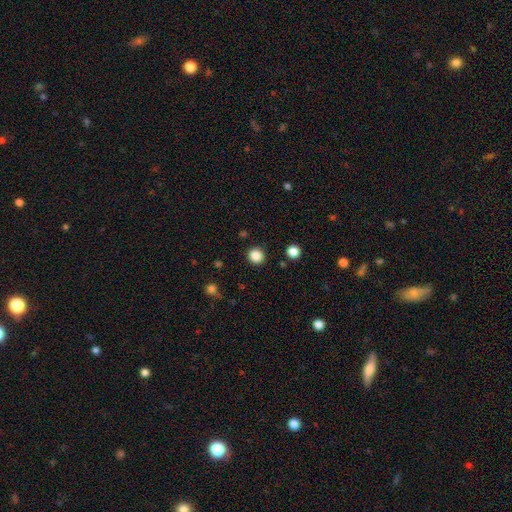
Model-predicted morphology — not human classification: smooth 86%, star or artifact 11%, featured or disk 3%. Down the decision tree: how rounded — round (92%); merging — none (91%).